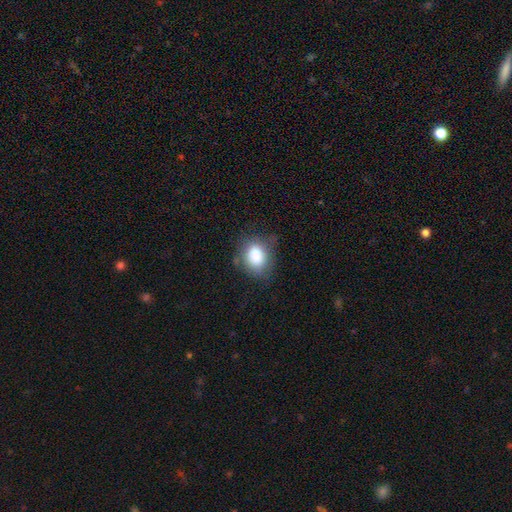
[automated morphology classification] Smooth or featured? smooth (84%)
How rounded? in between (62%)
Merging? none (64%)